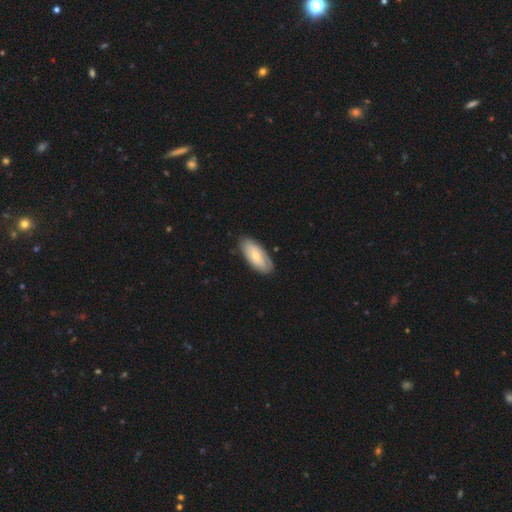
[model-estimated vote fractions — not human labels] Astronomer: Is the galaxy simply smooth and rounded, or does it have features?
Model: smooth — 60%.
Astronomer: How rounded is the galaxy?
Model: in between — 88%.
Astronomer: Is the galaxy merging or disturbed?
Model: none — 79%.